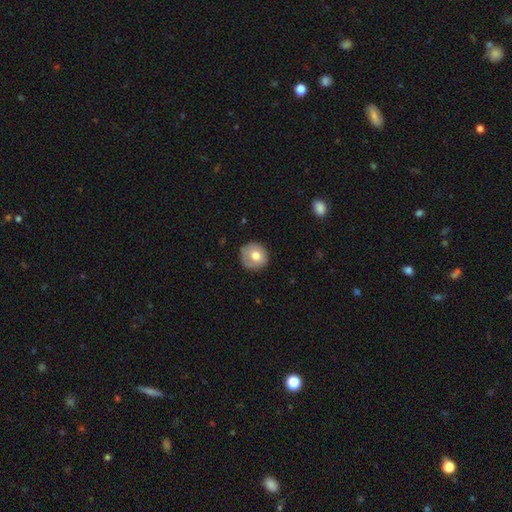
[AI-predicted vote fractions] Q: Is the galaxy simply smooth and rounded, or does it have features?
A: smooth — 72%.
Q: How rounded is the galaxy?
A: round — 90%.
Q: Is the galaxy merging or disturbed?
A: none — 80%.